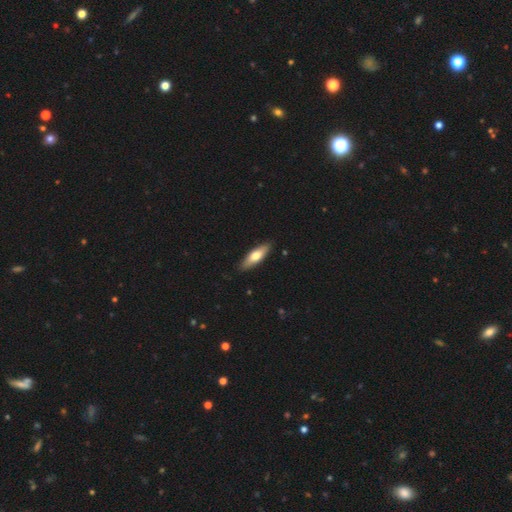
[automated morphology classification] type=smooth (66%); roundness=cigar-shaped (51%); merging=none (88%).